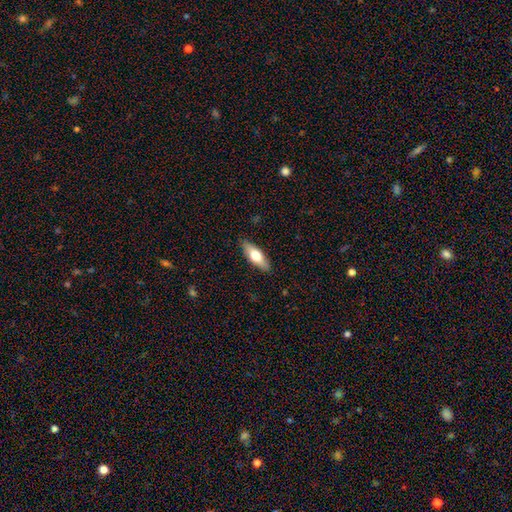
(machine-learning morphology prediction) Q: Smooth or featured?
A: smooth (62%); runner-up: featured or disk (32%)
Q: How rounded?
A: in between (61%); runner-up: cigar-shaped (36%)
Q: Merging?
A: none (88%); runner-up: minor disturbance (9%)